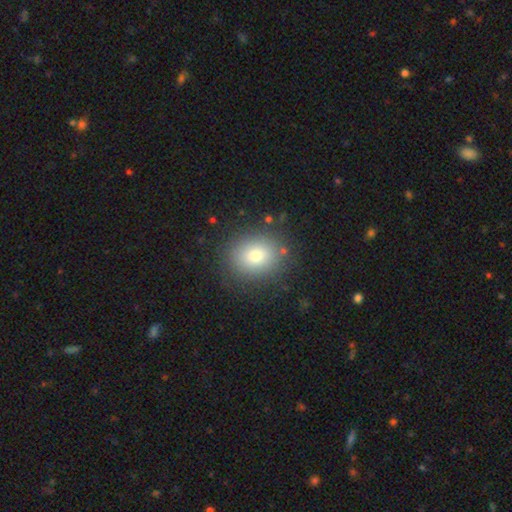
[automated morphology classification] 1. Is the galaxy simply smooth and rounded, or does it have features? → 79% smooth, 11% star or artifact, 10% featured or disk.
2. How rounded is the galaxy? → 59% round, 40% in between, 1% cigar-shaped.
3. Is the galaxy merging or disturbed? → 83% none, 10% minor disturbance, 5% major disturbance, 2% merger.